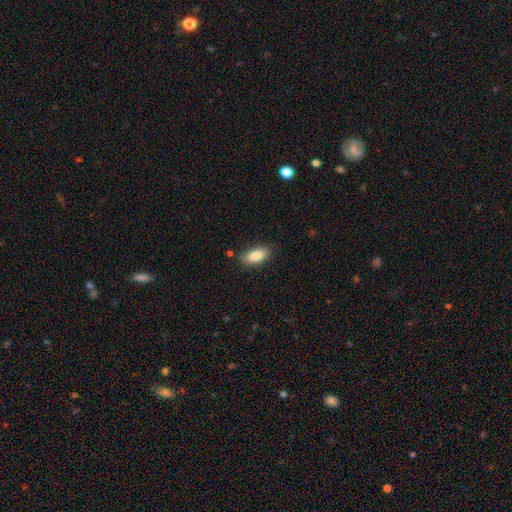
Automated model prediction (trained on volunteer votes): Smooth or featured: smooth — 84% (featured or disk — 9%)
How rounded: in between — 87% (cigar-shaped — 10%)
Merging: none — 81% (minor disturbance — 14%)